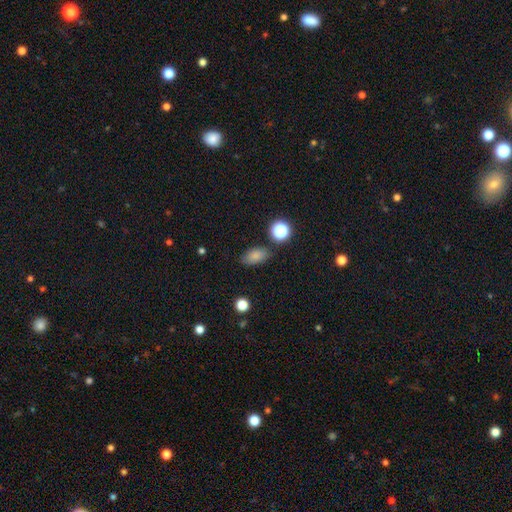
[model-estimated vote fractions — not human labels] A smooth galaxy with no disk features (81%) that is in between round and cigar-shaped (87%).

Vote fractions:
- Smooth or featured? smooth: 81% / star or artifact: 12% / featured or disk: 7%
- How rounded? in between: 87% / round: 10% / cigar-shaped: 3%
- Merging? none: 79% / minor disturbance: 14% / major disturbance: 4% / merger: 4%